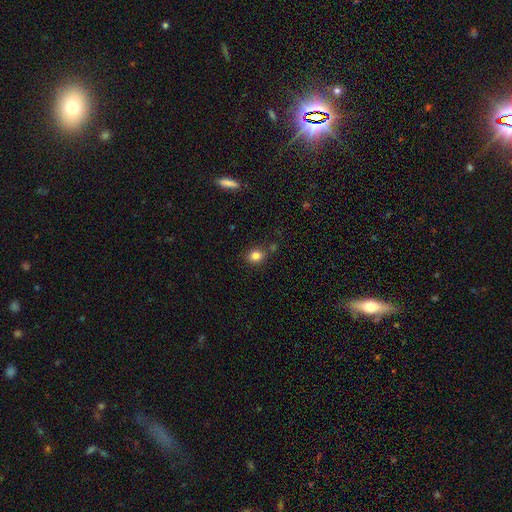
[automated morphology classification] Overall: smooth (83%). How rounded: round (62%; in between 37%). Merging: none (77%).